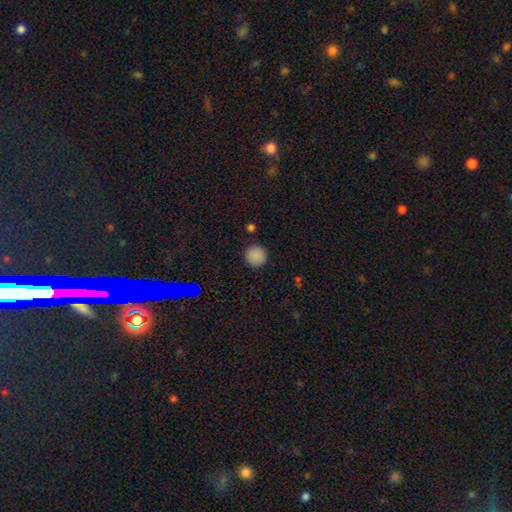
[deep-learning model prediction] Smooth or featured: smooth — 86% (star or artifact — 11%)
How rounded: round — 95% (in between — 4%)
Merging: none — 91% (minor disturbance — 5%)